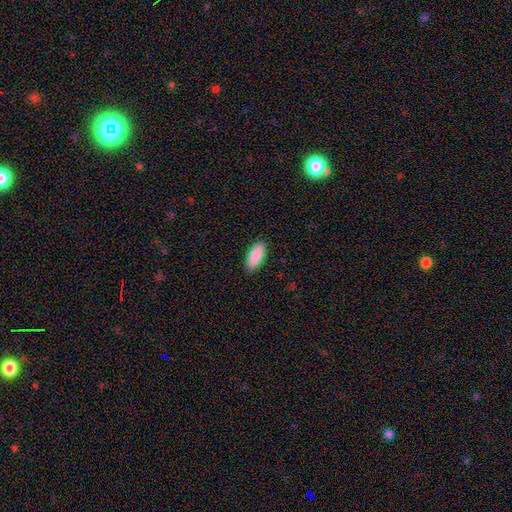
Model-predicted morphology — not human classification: Smooth or featured?
  - smooth: 90% *
  - star or artifact: 6%
  - featured or disk: 4%
How rounded?
  - in between: 77% *
  - cigar-shaped: 21%
  - round: 2%
Merging?
  - none: 90% *
  - minor disturbance: 7%
  - major disturbance: 2%
  - merger: 1%